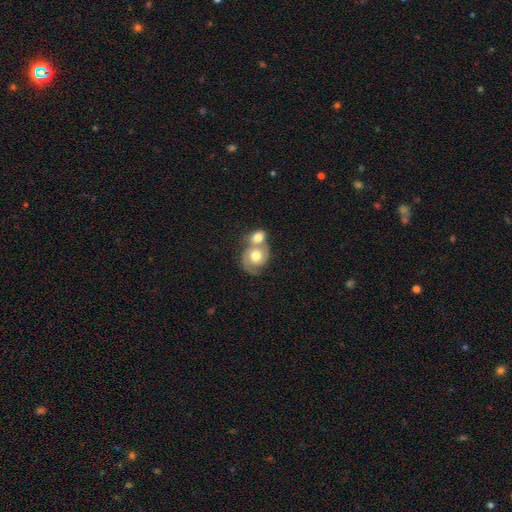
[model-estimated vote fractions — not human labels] featured or disk 52%, smooth 41%, star or artifact 7%. Down the decision tree: edge-on disk — no (98%); bar — no (83%); spiral arms — yes (74%); bulge size — moderate (59%); merging — merger (68%).